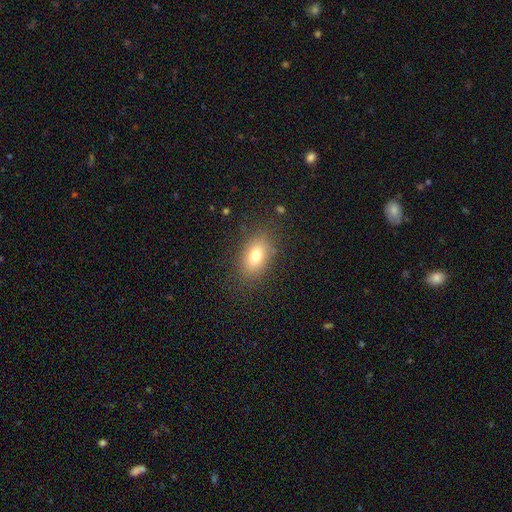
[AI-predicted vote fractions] This appears to be a smooth galaxy with no disk features (76%) that is in between round and cigar-shaped (82%). Merging: none (82%).